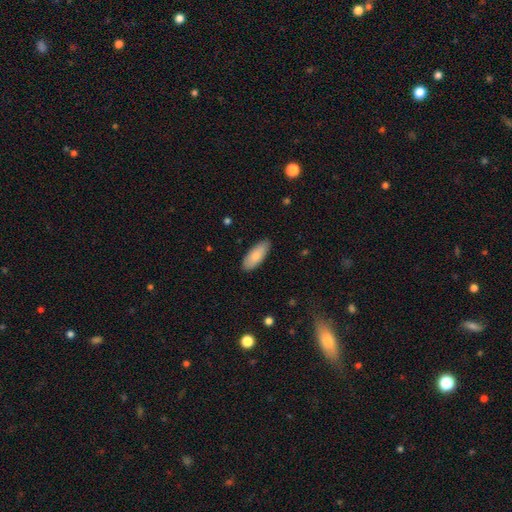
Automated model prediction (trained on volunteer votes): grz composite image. It shows a smooth galaxy with no disk features (81%) that is in between round and cigar-shaped (80%). Merging: none (87%).